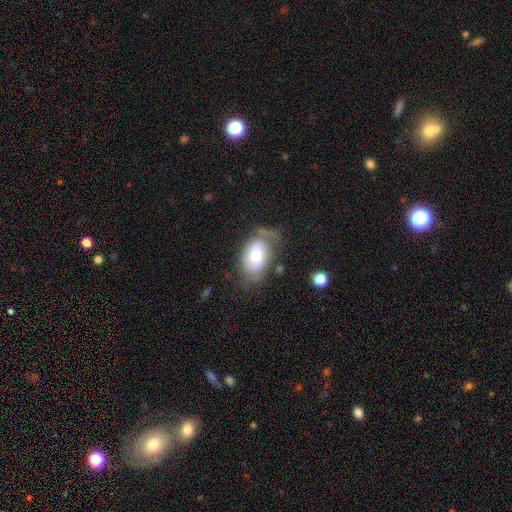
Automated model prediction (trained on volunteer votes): This appears to be a smooth galaxy with no disk features (52%) that is in between round and cigar-shaped (86%). Merging: none (44%).